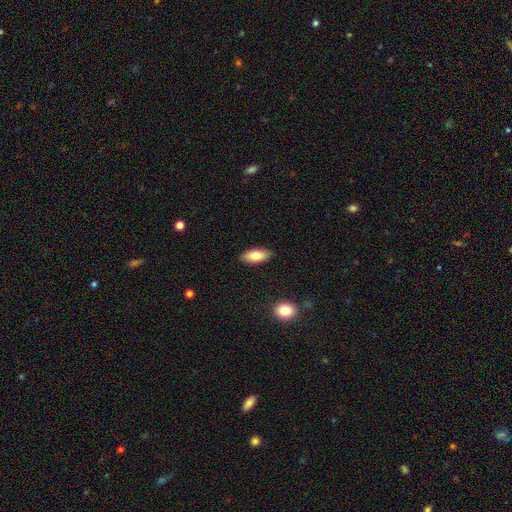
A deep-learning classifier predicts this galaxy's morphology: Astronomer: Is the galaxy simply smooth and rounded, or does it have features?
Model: smooth — 79%.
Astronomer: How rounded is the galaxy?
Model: in between — 83%.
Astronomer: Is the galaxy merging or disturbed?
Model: none — 88%.